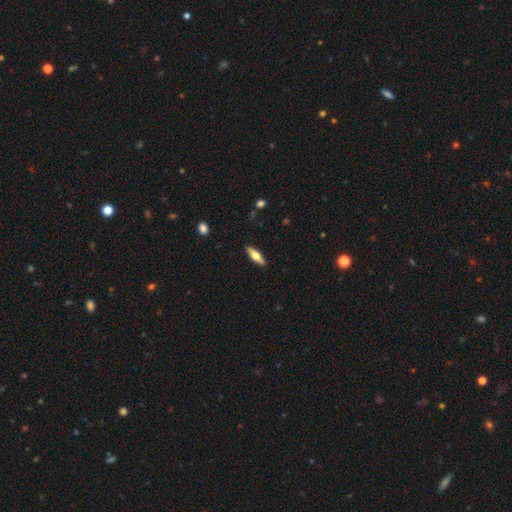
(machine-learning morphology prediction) Smooth or featured?
  - featured or disk: 50% *
  - smooth: 45%
  - star or artifact: 6%
Merging?
  - none: 90% *
  - minor disturbance: 8%
  - major disturbance: 2%
  - merger: 1%